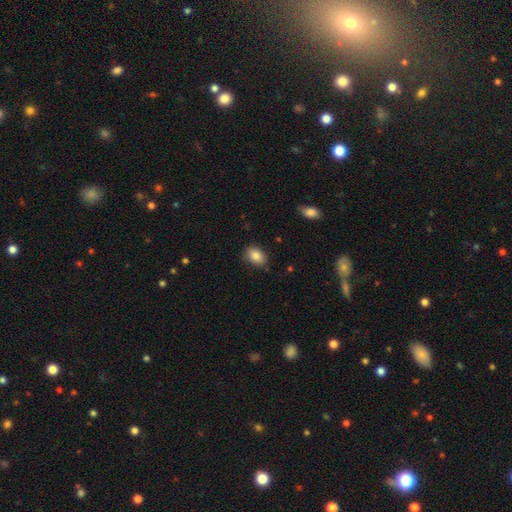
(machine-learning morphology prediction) smooth 86%, star or artifact 8%, featured or disk 6%. Down the decision tree: how rounded — in between (79%); merging — none (81%).